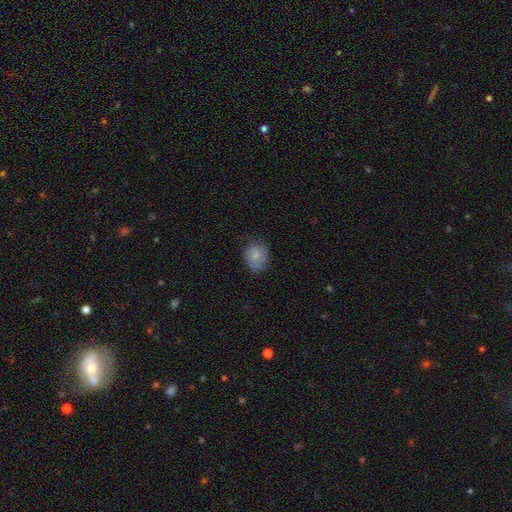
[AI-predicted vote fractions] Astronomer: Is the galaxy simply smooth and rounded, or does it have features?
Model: smooth — 75%.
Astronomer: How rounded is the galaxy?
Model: round — 64%.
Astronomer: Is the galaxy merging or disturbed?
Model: none — 63%.